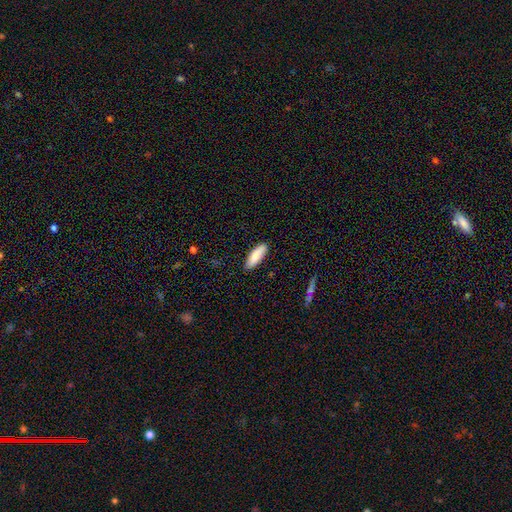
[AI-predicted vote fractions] A smooth galaxy with no disk features (83%) that is in between round and cigar-shaped (59%). Merging: none (87%).